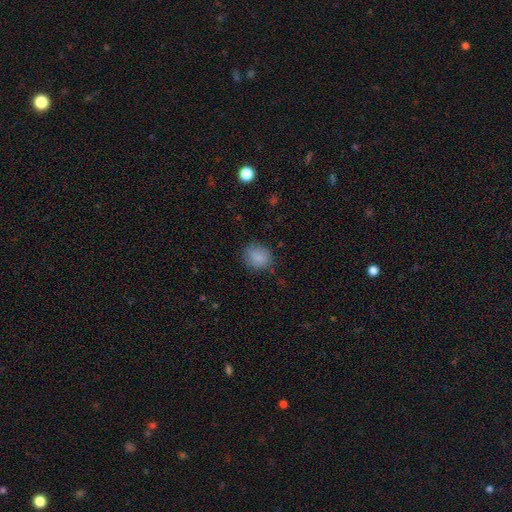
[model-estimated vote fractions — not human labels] Smooth or featured: smooth — 85% (star or artifact — 9%)
How rounded: round — 69% (in between — 30%)
Merging: none — 77% (minor disturbance — 17%)